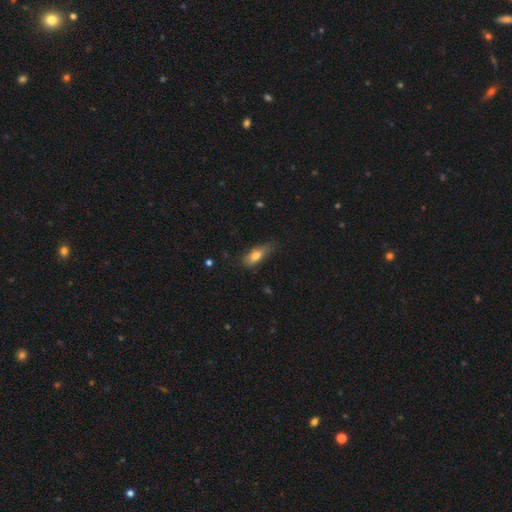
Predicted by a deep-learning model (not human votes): Overall: smooth (73%). How rounded: in between (72%). Merging: none (56%; minor disturbance 33%).